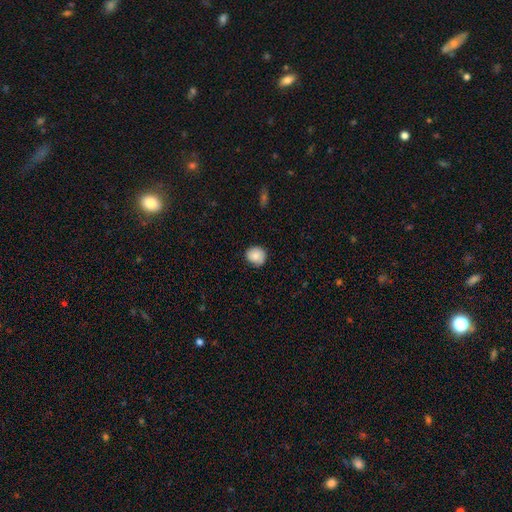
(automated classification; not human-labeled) smooth_or_featured: smooth (p=0.84) [alt: star or artifact p=0.08]
how_rounded: round (p=0.85) [alt: in between p=0.14]
merging: none (p=0.81) [alt: minor disturbance p=0.15]